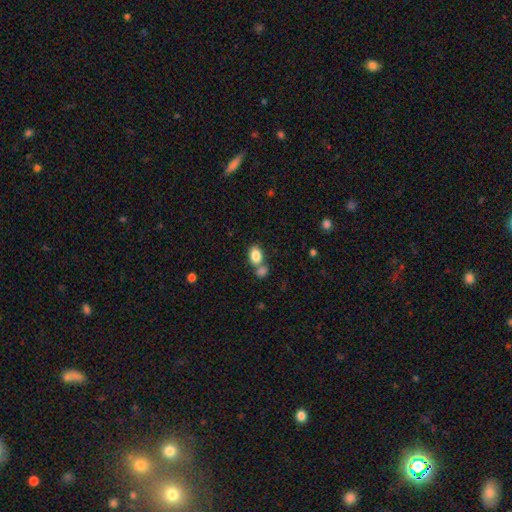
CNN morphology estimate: This appears to be a smooth galaxy with no disk features (84%) that is in between round and cigar-shaped (83%). Merging: none (50%).